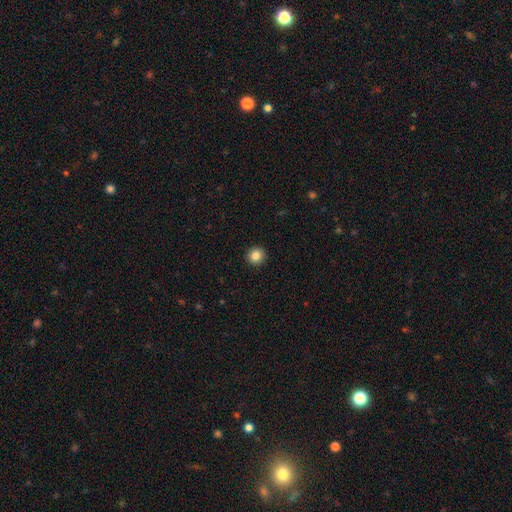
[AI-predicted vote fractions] Morphology: type=smooth (85%); roundness=round (94%); merging=none (93%).